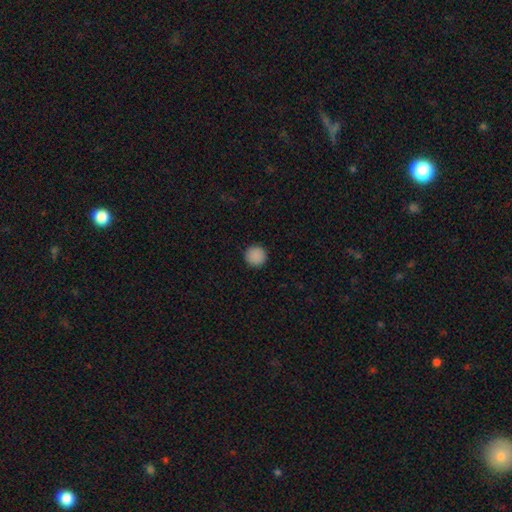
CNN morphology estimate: Smooth or featured: smooth — 89% (star or artifact — 9%)
How rounded: round — 95% (in between — 4%)
Merging: none — 93% (minor disturbance — 5%)